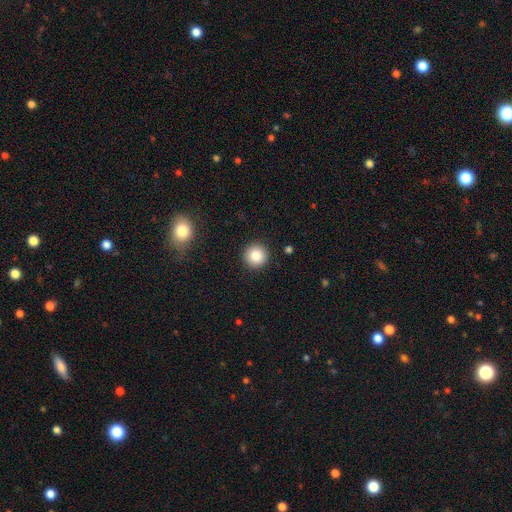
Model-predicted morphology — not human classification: Smooth or featured: smooth — 85% (star or artifact — 9%)
How rounded: round — 95% (in between — 4%)
Merging: none — 92% (minor disturbance — 5%)